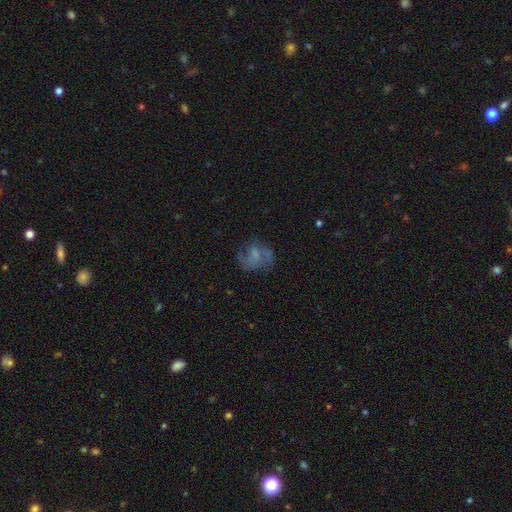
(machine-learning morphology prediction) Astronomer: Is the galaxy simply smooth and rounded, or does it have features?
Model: featured or disk — 55% (runner-up: smooth, 33%).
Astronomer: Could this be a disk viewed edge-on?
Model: no — 98%.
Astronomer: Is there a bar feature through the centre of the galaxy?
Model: no — 60%.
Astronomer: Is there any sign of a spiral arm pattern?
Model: yes — 69%.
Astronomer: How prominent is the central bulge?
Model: none — 45% (runner-up: small, 25%).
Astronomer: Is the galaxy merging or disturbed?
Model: none — 51%.